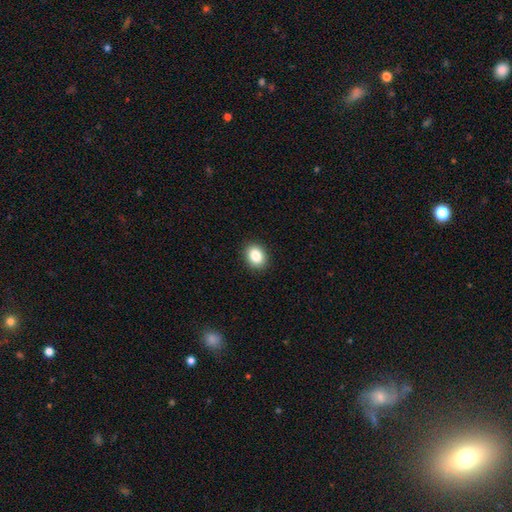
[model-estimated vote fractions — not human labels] smooth_or_featured: smooth (p=0.87) [alt: star or artifact p=0.09]
how_rounded: in between (p=0.57) [alt: round p=0.42]
merging: none (p=0.90) [alt: minor disturbance p=0.07]